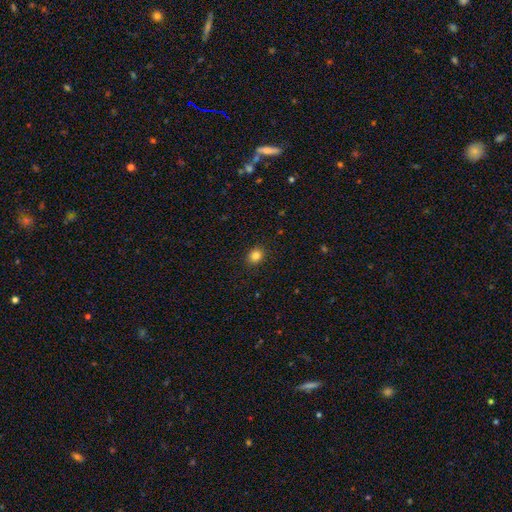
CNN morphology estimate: type=smooth (84%); roundness=round (66%); merging=none (90%).